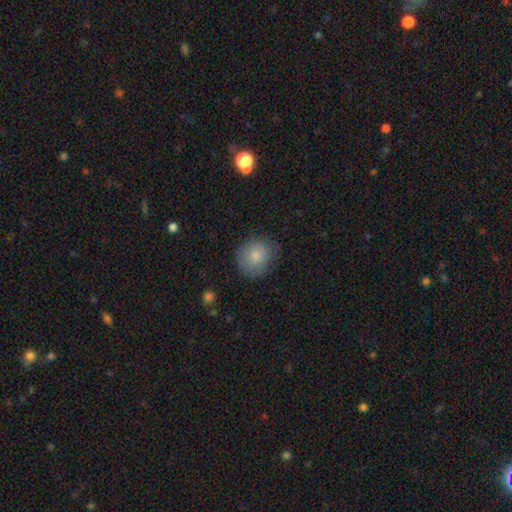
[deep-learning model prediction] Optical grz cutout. It shows a smooth galaxy with no disk features (84%) that is round (82%). Merging: none (80%).